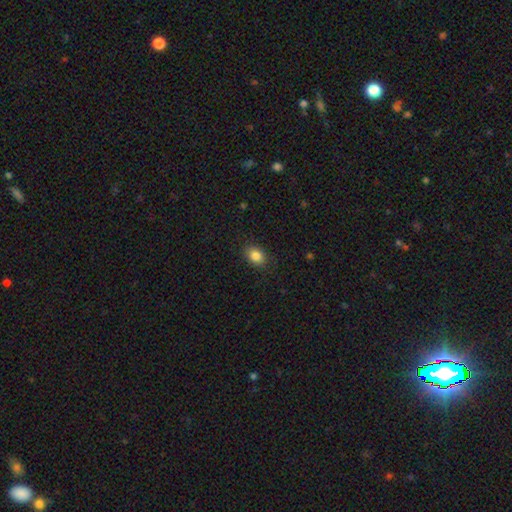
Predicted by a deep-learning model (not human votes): Smooth or featured? Predicted: smooth (p=0.84). How rounded? Predicted: in between (p=0.71). Merging? Predicted: none (p=0.87).